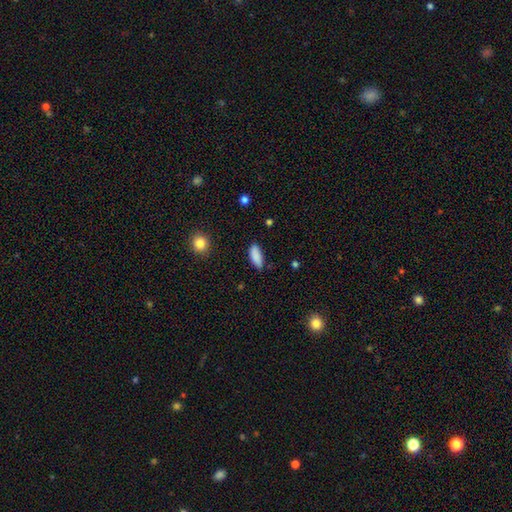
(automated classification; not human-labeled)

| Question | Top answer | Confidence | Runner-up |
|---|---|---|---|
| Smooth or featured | smooth | 88% | star or artifact (7%) |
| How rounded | in between | 82% | cigar-shaped (16%) |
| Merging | none | 80% | minor disturbance (15%) |